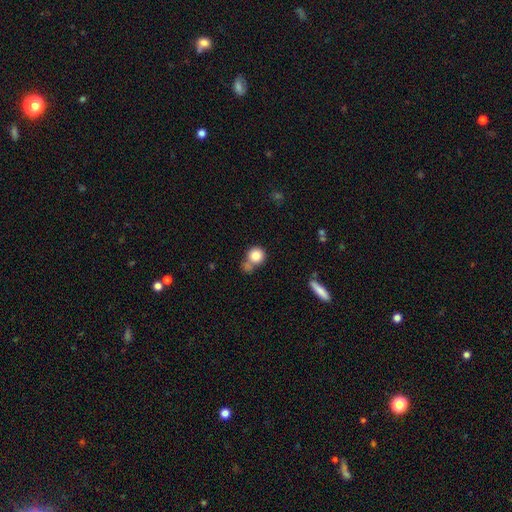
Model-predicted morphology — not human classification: Smooth or featured?
  - smooth: 82% *
  - star or artifact: 9%
  - featured or disk: 9%
How rounded?
  - round: 86% *
  - in between: 12%
  - cigar-shaped: 1%
Merging?
  - none: 50% *
  - merger: 30%
  - minor disturbance: 14%
  - major disturbance: 6%